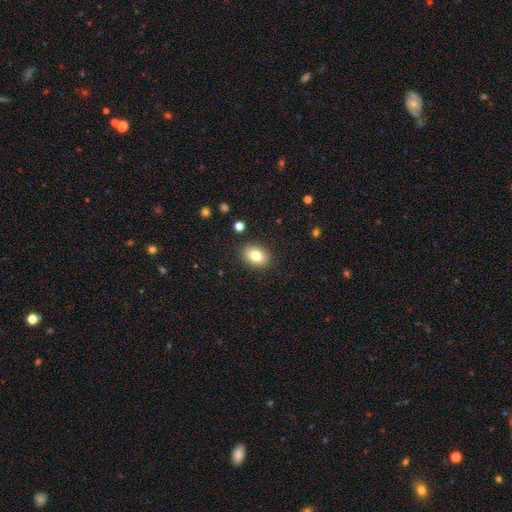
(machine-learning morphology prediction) This appears to be a smooth galaxy with no disk features (80%) that is in between round and cigar-shaped (77%). Merging: none (88%).